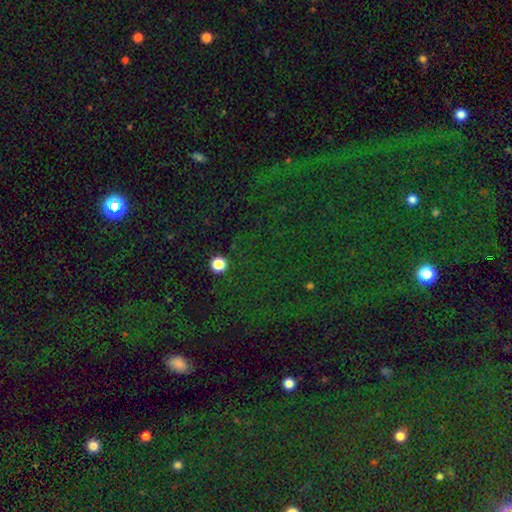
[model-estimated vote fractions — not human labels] The model was most divided on "smooth or featured": star or artifact: 74%, smooth: 17%, featured or disk: 9%.